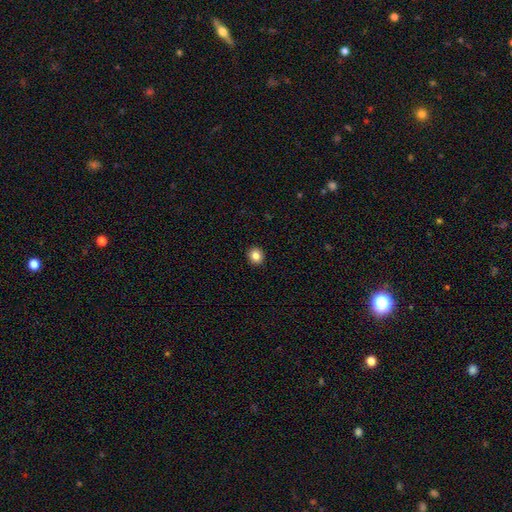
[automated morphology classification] smooth_or_featured: smooth (p=0.84) [alt: star or artifact p=0.10]
how_rounded: round (p=0.84) [alt: in between p=0.15]
merging: none (p=0.93) [alt: minor disturbance p=0.05]